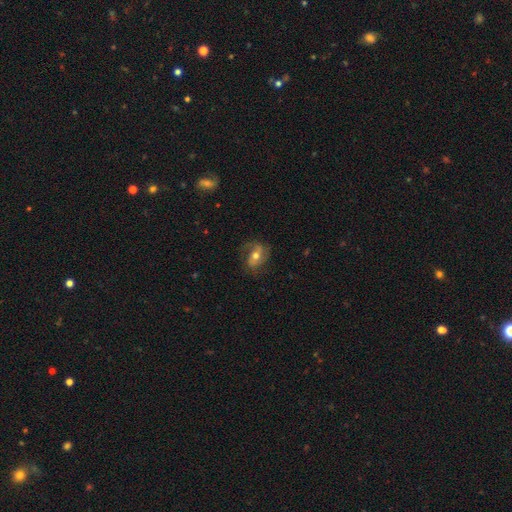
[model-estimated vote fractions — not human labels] Morphology: type=featured or disk (65%); edge-on=no (95%); bar=no (43%); spiral arms=yes (88%); winding=medium (44%); arm count=2 (68%); bulge=moderate (69%); merging=none (65%).